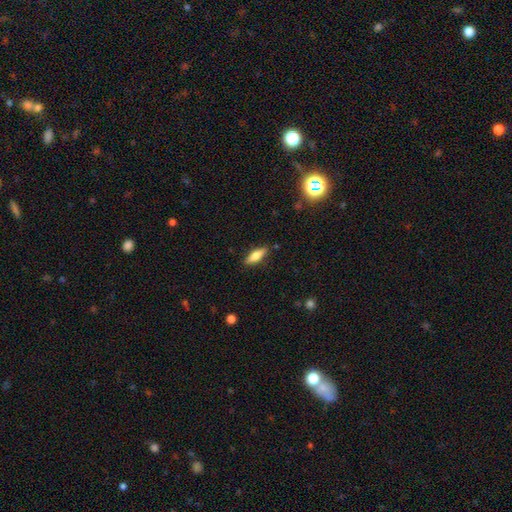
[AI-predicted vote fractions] Overall: smooth (65%; featured or disk 28%). How rounded: in between (50%; cigar-shaped 48%). Merging: none (87%).